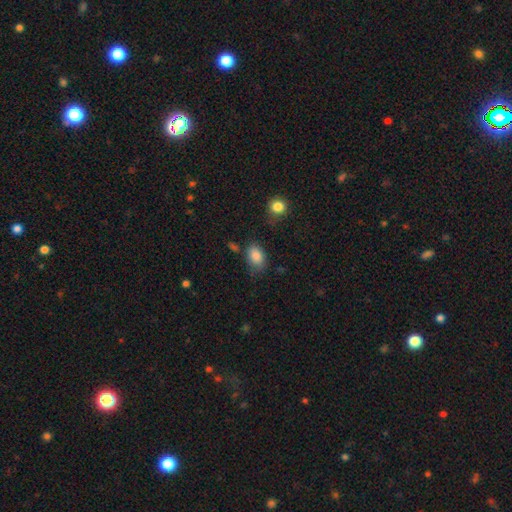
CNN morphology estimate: Smooth or featured? Predicted: smooth (p=0.86). How rounded? Predicted: in between (p=0.82). Merging? Predicted: none (p=0.66).